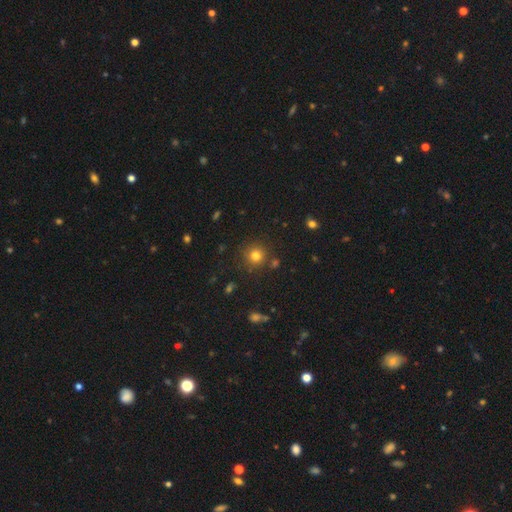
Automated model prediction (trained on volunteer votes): A smooth galaxy with no disk features (78%) that is round (94%). Merging: none (85%).